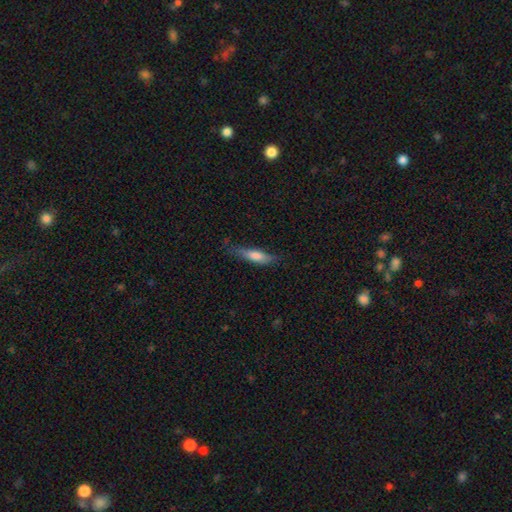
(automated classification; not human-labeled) This appears to be a smooth galaxy with no disk features (65%) that is cigar-shaped (71%). Merging: none (64%).